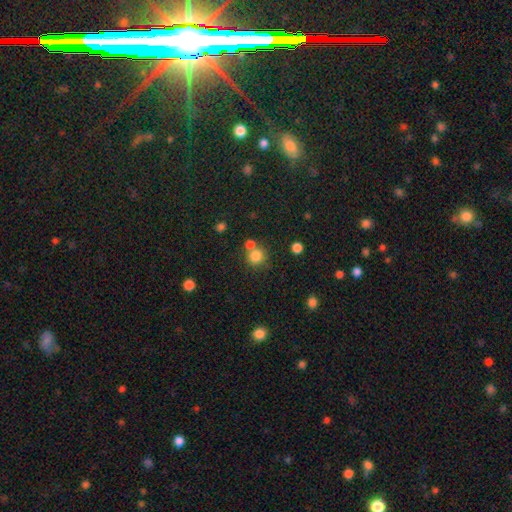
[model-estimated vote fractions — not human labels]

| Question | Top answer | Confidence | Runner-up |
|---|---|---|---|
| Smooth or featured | smooth | 80% | star or artifact (13%) |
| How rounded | round | 89% | in between (10%) |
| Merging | none | 60% | merger (28%) |